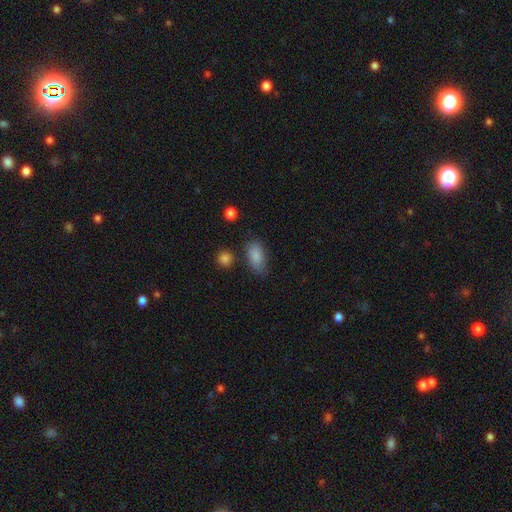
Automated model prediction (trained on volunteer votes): Q: Smooth or featured?
A: smooth (86%); runner-up: star or artifact (8%)
Q: How rounded?
A: in between (91%); runner-up: round (6%)
Q: Merging?
A: none (70%); runner-up: minor disturbance (20%)